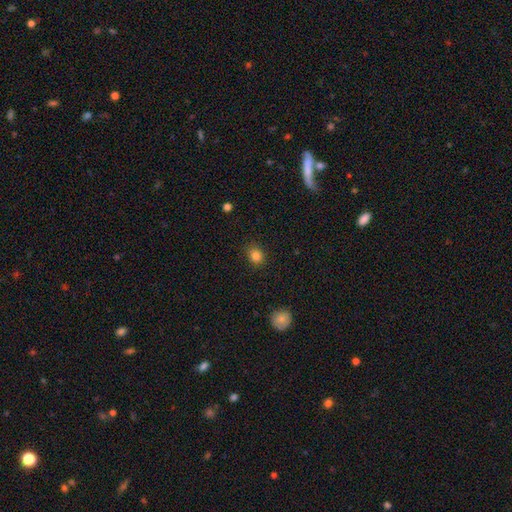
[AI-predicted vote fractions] smooth 83%, star or artifact 12%, featured or disk 5%. Down the decision tree: how rounded — round (69%); merging — none (86%).